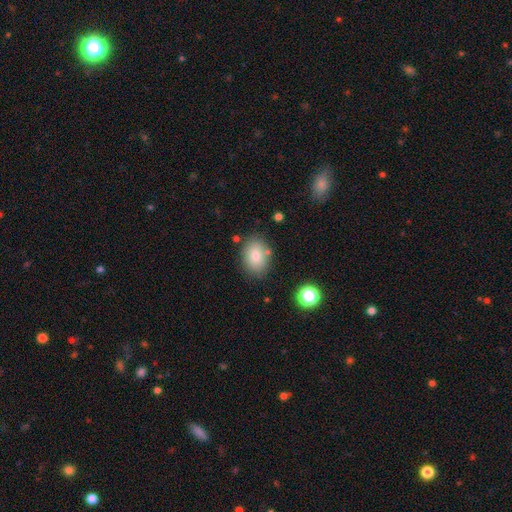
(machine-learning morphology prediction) Smooth or featured? smooth (81%)
How rounded? in between (77%)
Merging? none (79%)